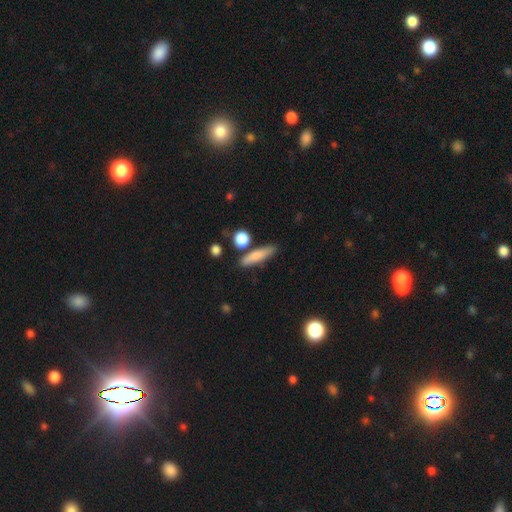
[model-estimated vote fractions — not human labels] This is likely a smooth galaxy (76%). How rounded: likely cigar-shaped (72%). Merging: likely none (76%).